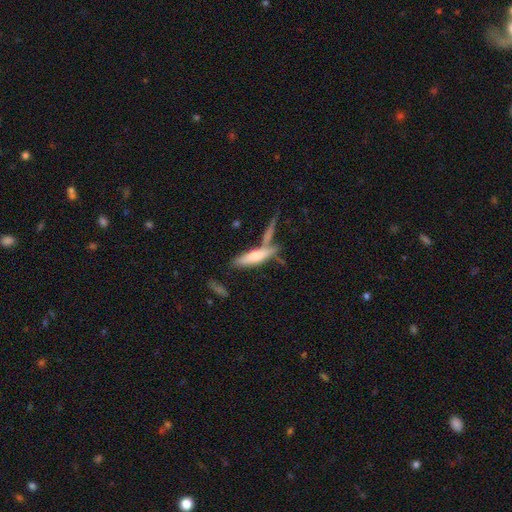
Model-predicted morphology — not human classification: The model was most divided on "smooth or featured": smooth: 56%, featured or disk: 37%, star or artifact: 7%. More confident: how rounded — cigar-shaped (71%); merging — none (53%).